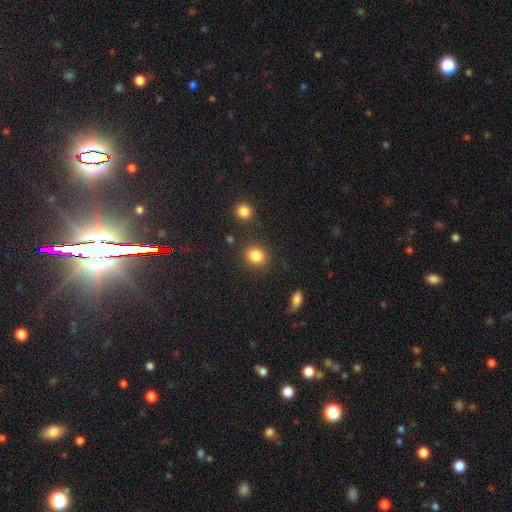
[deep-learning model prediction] Overall: smooth (85%). How rounded: round (68%; in between 31%). Merging: none (83%).